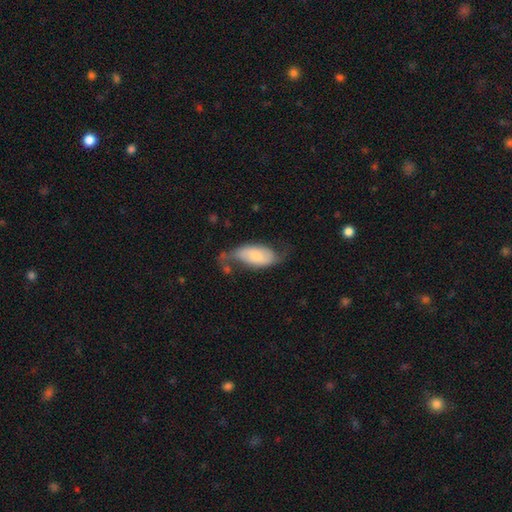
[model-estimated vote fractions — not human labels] Morphology: type=featured or disk (47%); merging=none (42%).